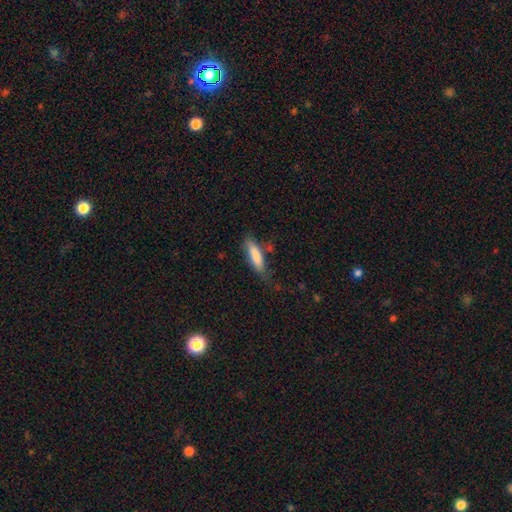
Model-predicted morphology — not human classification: The model was most divided on "how rounded": cigar-shaped: 61%, in between: 37%, round: 2%. More confident: smooth or featured — smooth (82%); merging — none (62%).